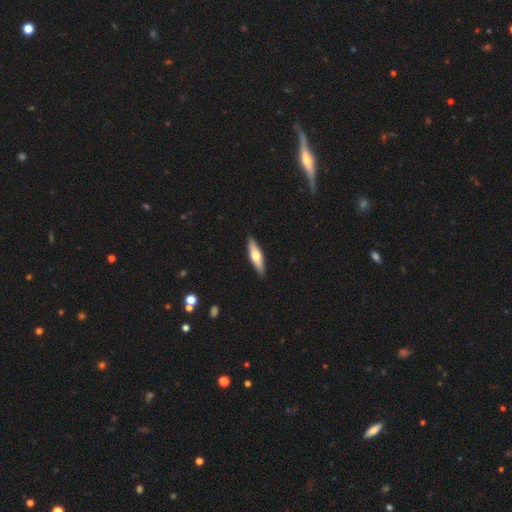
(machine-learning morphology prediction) smooth_or_featured: smooth (p=0.51) [alt: featured or disk p=0.44]
how_rounded: cigar-shaped (p=0.67) [alt: in between p=0.31]
merging: none (p=0.91) [alt: minor disturbance p=0.07]